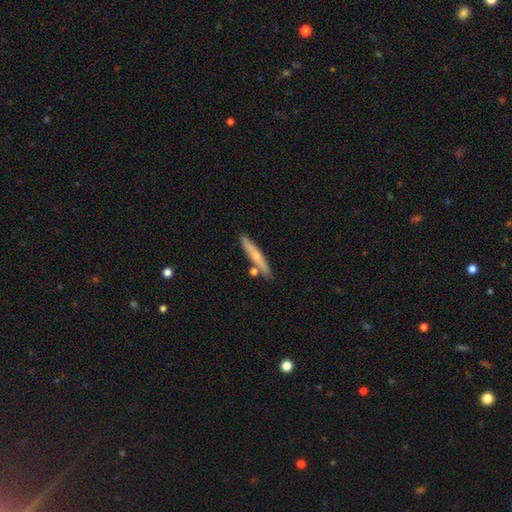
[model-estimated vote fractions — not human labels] Smooth or featured? smooth (55%)
How rounded? cigar-shaped (93%)
Merging? none (81%)